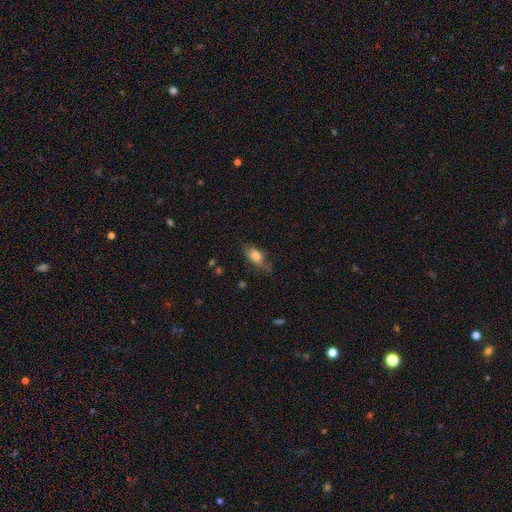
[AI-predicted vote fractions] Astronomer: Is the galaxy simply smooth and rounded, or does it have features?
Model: smooth — 74%.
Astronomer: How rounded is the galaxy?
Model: in between — 80%.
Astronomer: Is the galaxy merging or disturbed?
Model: none — 61%.